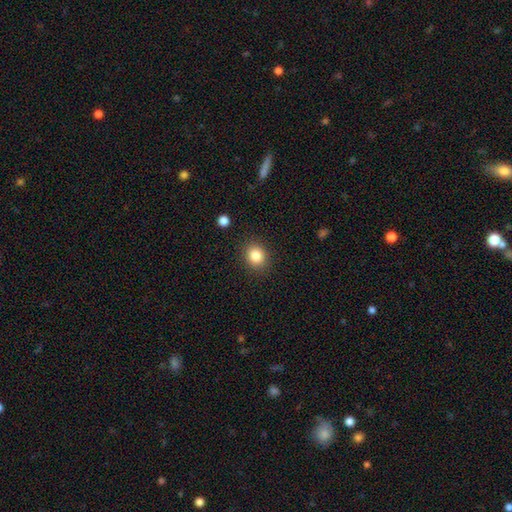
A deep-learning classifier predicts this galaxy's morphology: Overall: smooth (84%). How rounded: round (73%). Merging: none (88%).